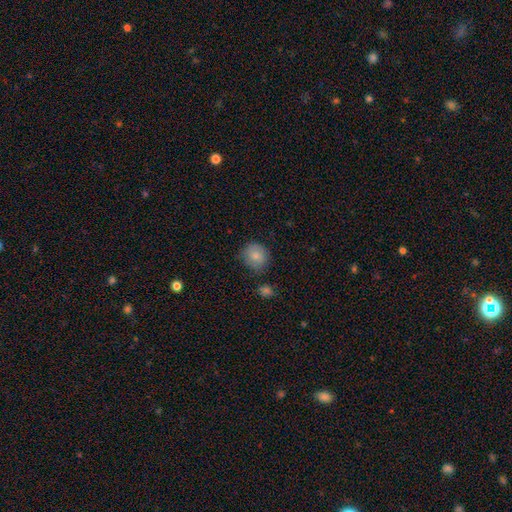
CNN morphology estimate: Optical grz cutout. It shows a smooth galaxy with no disk features (82%) that is round (87%). Merging: none (77%).